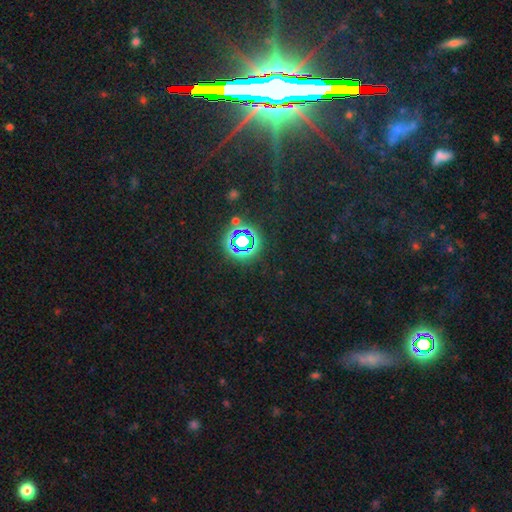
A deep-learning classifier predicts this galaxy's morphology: Smooth or featured?
  - star or artifact: 76% *
  - smooth: 12%
  - featured or disk: 12%